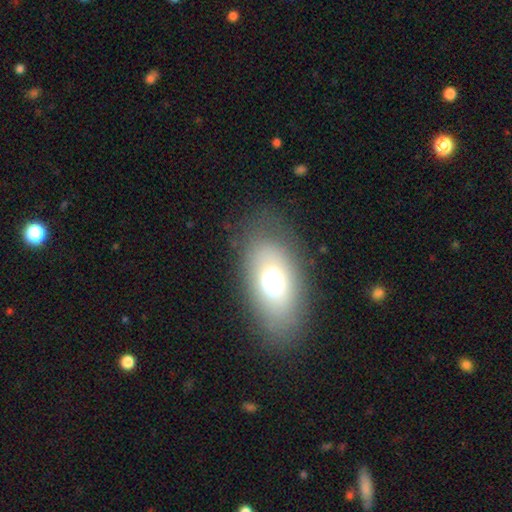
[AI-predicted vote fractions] Smooth or featured: smooth — 65% (featured or disk — 26%)
How rounded: in between — 91% (cigar-shaped — 5%)
Merging: none — 82% (minor disturbance — 13%)